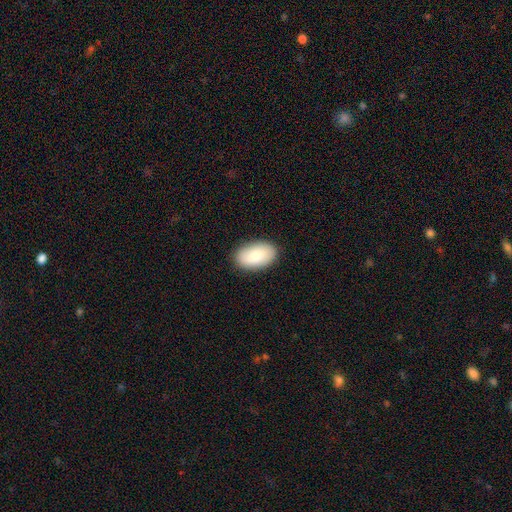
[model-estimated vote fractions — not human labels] smooth_or_featured: smooth (p=0.84) [alt: featured or disk p=0.10]
how_rounded: in between (p=0.94) [alt: round p=0.05]
merging: none (p=0.88) [alt: minor disturbance p=0.09]